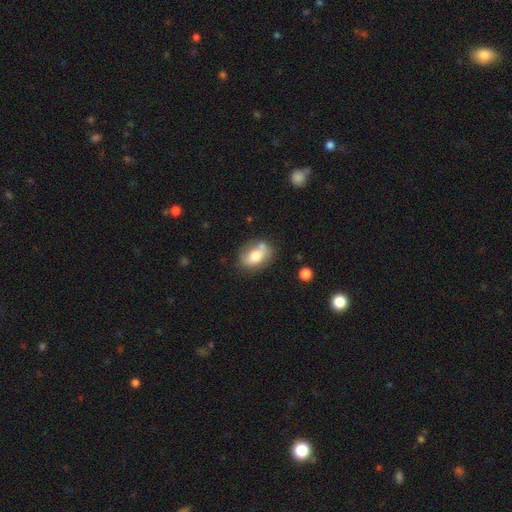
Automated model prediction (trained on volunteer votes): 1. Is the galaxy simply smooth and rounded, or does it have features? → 70% smooth, 22% featured or disk, 8% star or artifact.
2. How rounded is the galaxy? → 78% in between, 19% round, 2% cigar-shaped.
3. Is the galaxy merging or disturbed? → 56% none, 23% minor disturbance, 13% merger, 7% major disturbance.